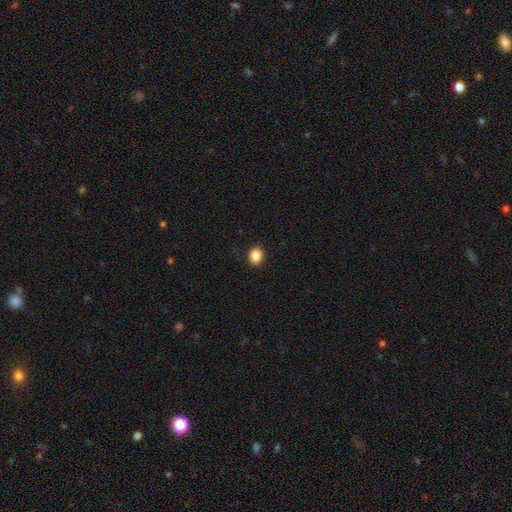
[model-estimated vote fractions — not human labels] smooth 87%, star or artifact 9%, featured or disk 3%. Down the decision tree: how rounded — round (59%); merging — none (91%).